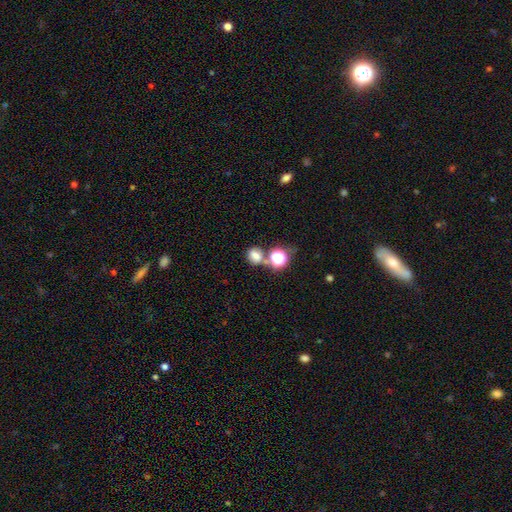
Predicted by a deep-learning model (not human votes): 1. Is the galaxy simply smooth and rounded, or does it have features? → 71% smooth, 19% star or artifact, 10% featured or disk.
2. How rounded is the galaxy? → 58% round, 41% in between, 1% cigar-shaped.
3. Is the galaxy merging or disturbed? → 53% none, 31% merger, 11% minor disturbance, 5% major disturbance.